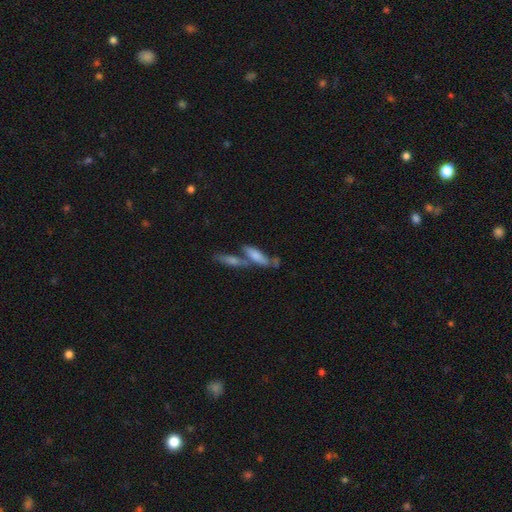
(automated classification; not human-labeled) Smooth or featured? smooth (68%)
How rounded? in between (49%, tied with cigar-shaped)
Merging? merger (42%)